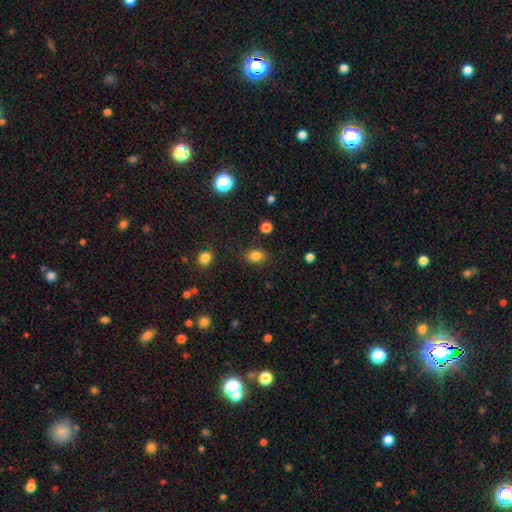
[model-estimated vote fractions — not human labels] smooth 82%, star or artifact 12%, featured or disk 6%. Down the decision tree: how rounded — in between (63%); merging — none (83%).